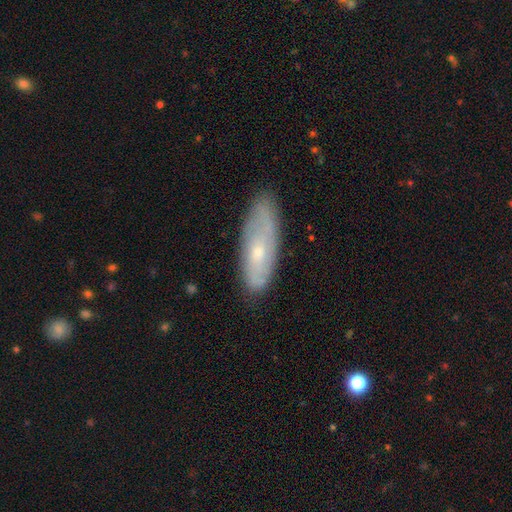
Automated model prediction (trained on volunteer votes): Smooth or featured: featured or disk — 54% (smooth — 36%)
Edge-on disk: no — 75% (yes — 25%)
Merging: none — 81% (minor disturbance — 15%)